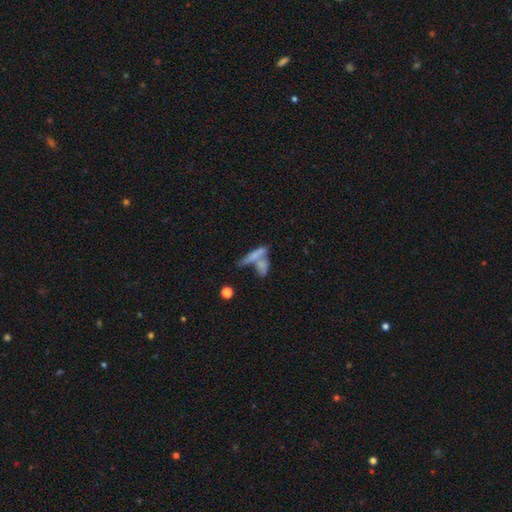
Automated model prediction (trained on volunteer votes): smooth-or-featured: smooth: 64% | featured or disk: 26% | star or artifact: 10%
  how-rounded: cigar-shaped: 65% | in between: 29% | round: 5%
  merging: merger: 49% | none: 36% | minor disturbance: 10% | major disturbance: 6%